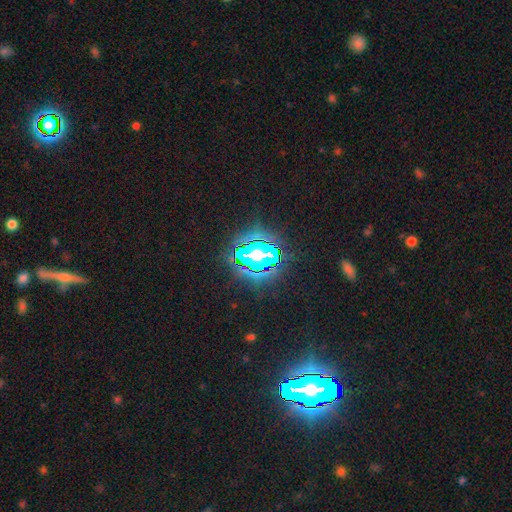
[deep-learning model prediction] smooth_or_featured: star or artifact (p=0.72) [alt: smooth p=0.15]